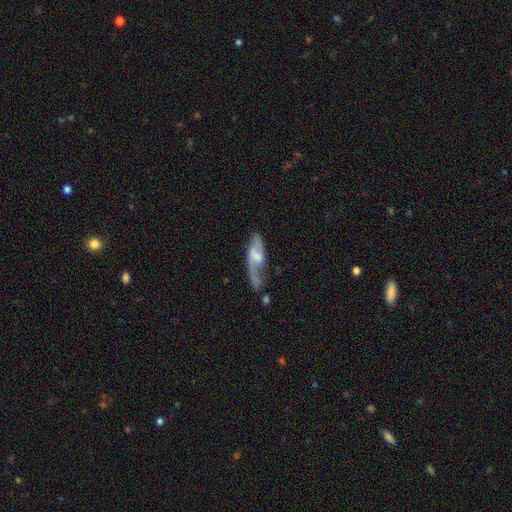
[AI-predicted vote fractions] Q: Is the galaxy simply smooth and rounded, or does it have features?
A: featured or disk — 72%.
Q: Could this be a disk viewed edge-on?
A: no — 77%.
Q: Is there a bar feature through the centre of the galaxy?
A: weak — 47%.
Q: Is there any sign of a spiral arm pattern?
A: yes — 87%.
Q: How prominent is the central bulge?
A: moderate — 37%.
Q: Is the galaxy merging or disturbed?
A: none — 54%.